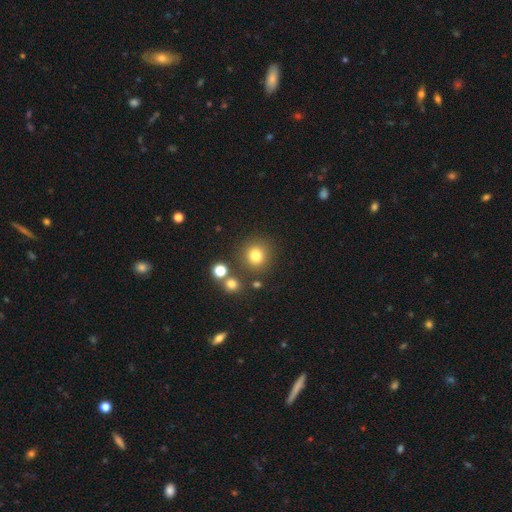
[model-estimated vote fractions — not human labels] Q: Smooth or featured?
A: smooth (78%); runner-up: star or artifact (15%)
Q: How rounded?
A: round (91%); runner-up: in between (8%)
Q: Merging?
A: none (82%); runner-up: minor disturbance (8%)